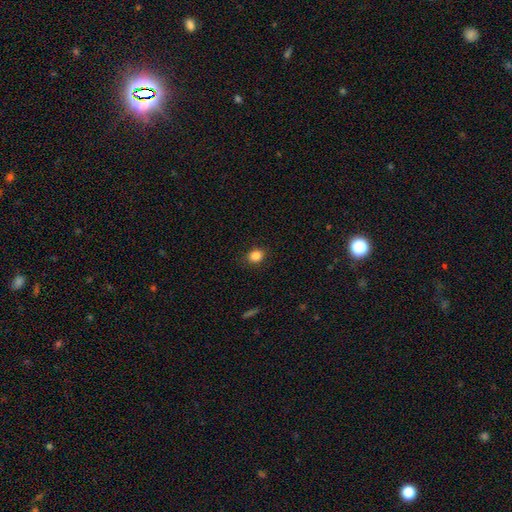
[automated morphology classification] Smooth or featured? smooth (85%)
How rounded? round (65%)
Merging? none (88%)